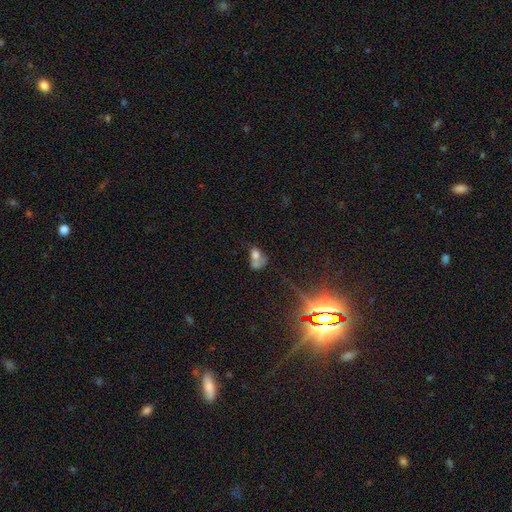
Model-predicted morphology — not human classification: The model was most divided on "merging": merger: 44%, none: 21%, major disturbance: 20%, minor disturbance: 16%. More confident: how rounded — in between (71%); smooth or featured — smooth (60%).